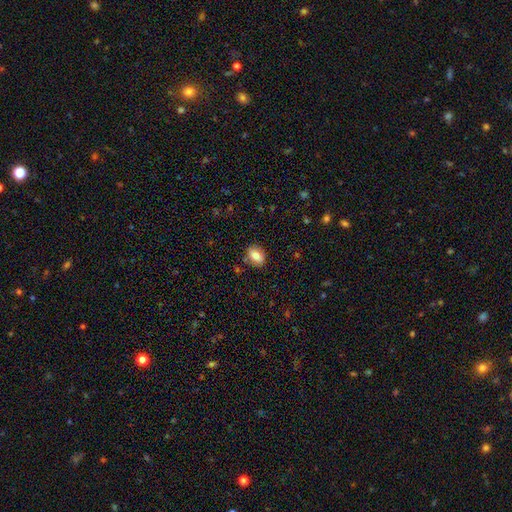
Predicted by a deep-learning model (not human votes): smooth_or_featured: smooth (p=0.82) [alt: featured or disk p=0.10]
how_rounded: in between (p=0.76) [alt: round p=0.23]
merging: none (p=0.84) [alt: minor disturbance p=0.11]